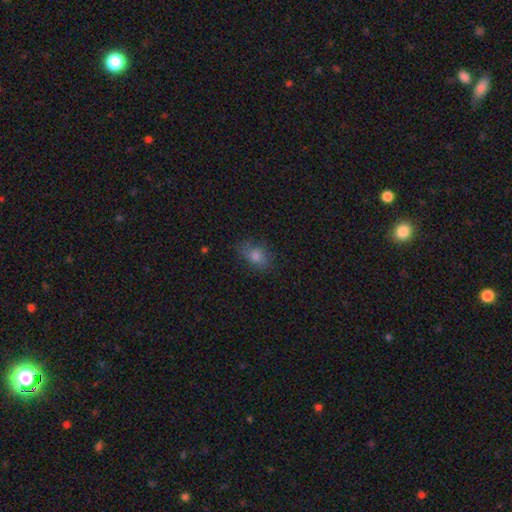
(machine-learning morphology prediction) This is likely a smooth galaxy (73%). How rounded: likely in between (74%). Merging: likely none (71%).